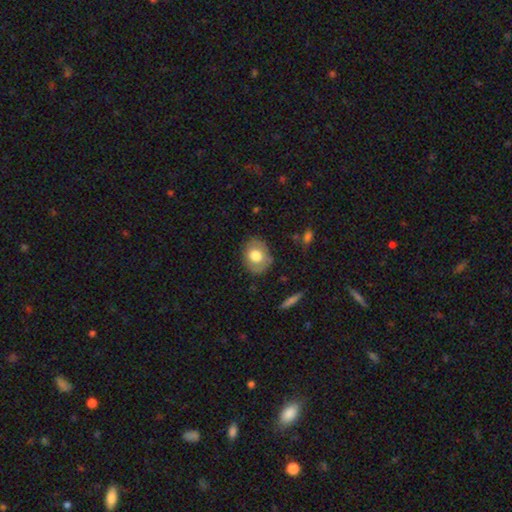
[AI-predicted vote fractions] smooth 66%, featured or disk 27%, star or artifact 7%. Down the decision tree: how rounded — in between (54%); merging — none (79%).